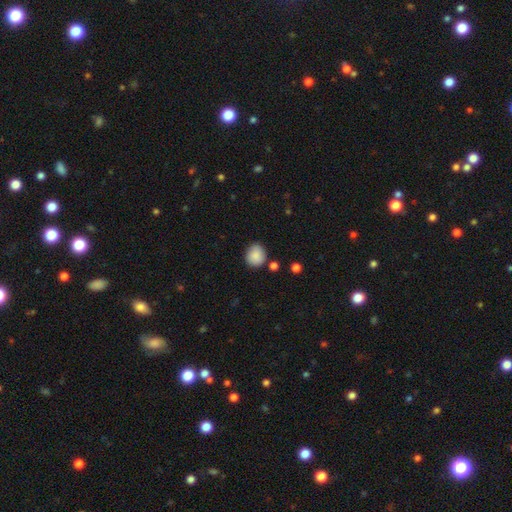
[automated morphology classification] Overall: smooth (87%). How rounded: round (77%). Merging: none (78%).